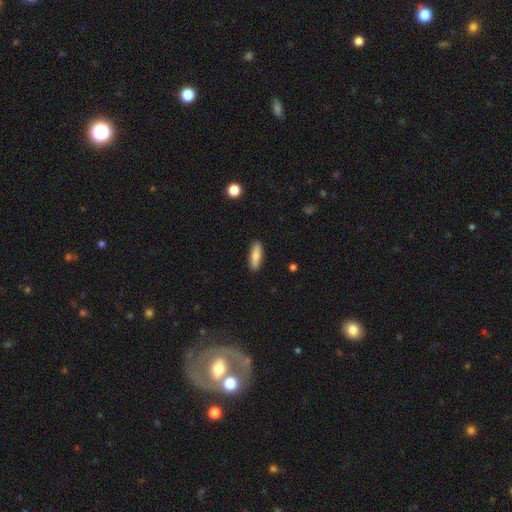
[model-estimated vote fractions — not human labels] Smooth or featured? Predicted: smooth (p=0.80). How rounded? Predicted: cigar-shaped (p=0.52). Merging? Predicted: none (p=0.89).